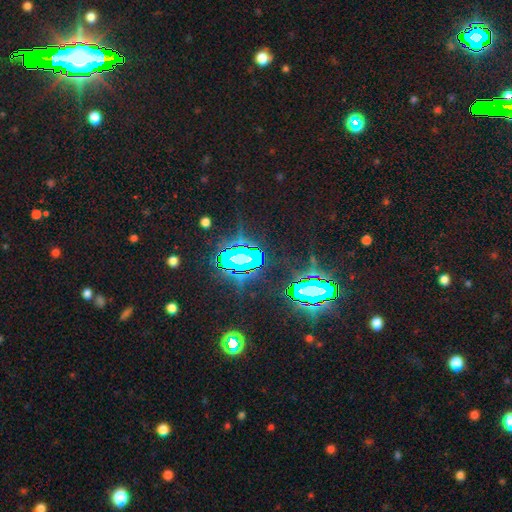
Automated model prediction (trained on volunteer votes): This is clearly a star or artifact rather than a galaxy (84%).